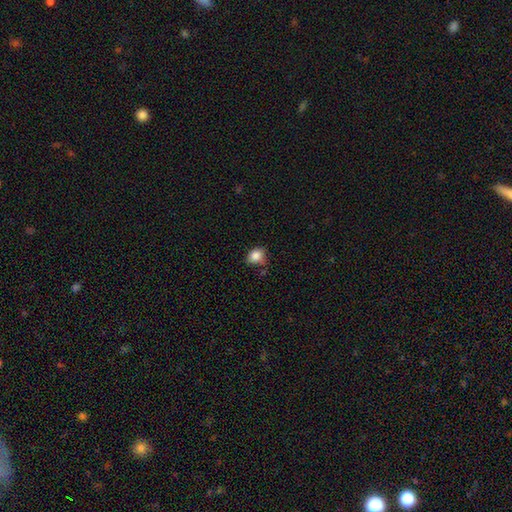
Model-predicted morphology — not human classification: A smooth galaxy with no disk features (84%) that is in between round and cigar-shaped (55%).

Vote fractions:
- Smooth or featured? smooth: 84% / star or artifact: 10% / featured or disk: 6%
- How rounded? in between: 55% / round: 44% / cigar-shaped: 1%
- Merging? none: 59% / minor disturbance: 30% / major disturbance: 7% / merger: 5%